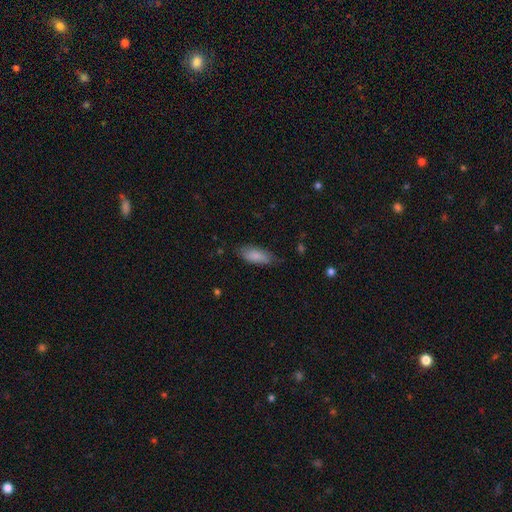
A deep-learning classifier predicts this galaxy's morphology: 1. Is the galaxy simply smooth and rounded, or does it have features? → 85% smooth, 9% featured or disk, 6% star or artifact.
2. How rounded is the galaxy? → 79% in between, 19% cigar-shaped, 2% round.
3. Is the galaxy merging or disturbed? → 76% none, 19% minor disturbance, 4% major disturbance, 1% merger.